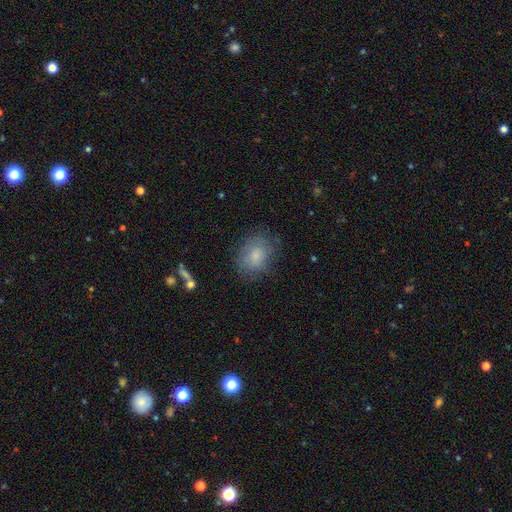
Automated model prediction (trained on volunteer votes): A smooth galaxy with no disk features (78%) that is in between round and cigar-shaped (52%). Merging: none (72%).